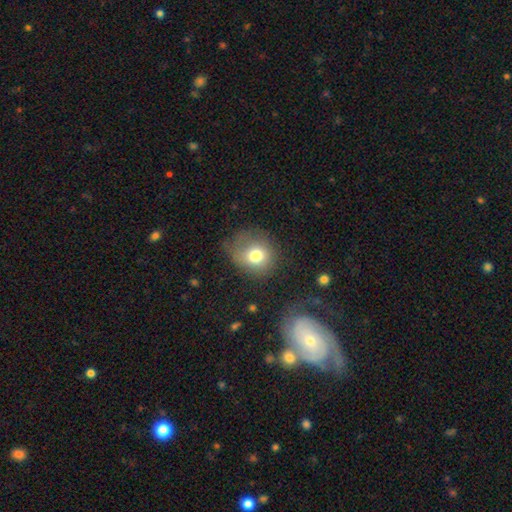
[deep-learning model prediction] This is likely a smooth galaxy (74%). How rounded: likely round (73%). Merging: possibly none (57%).